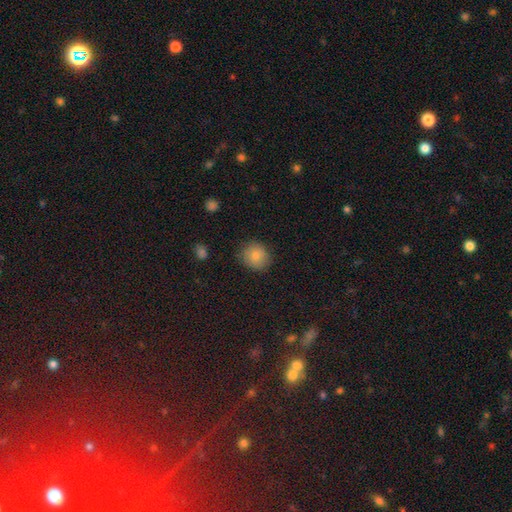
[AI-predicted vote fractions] Q: Smooth or featured?
A: smooth (81%); runner-up: star or artifact (10%)
Q: How rounded?
A: round (82%); runner-up: in between (17%)
Q: Merging?
A: none (83%); runner-up: minor disturbance (12%)